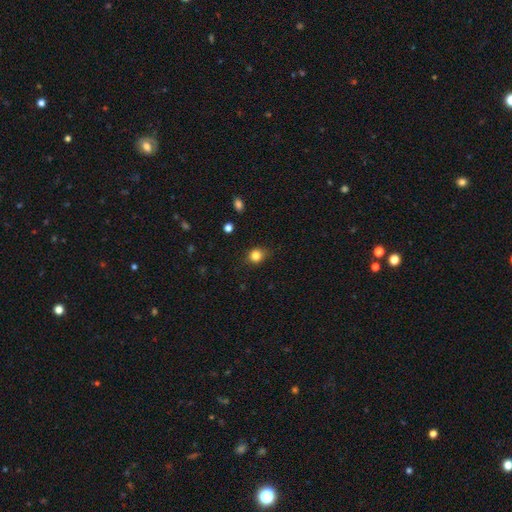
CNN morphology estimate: Smooth or featured? smooth (82%)
How rounded? round (71%)
Merging? none (78%)